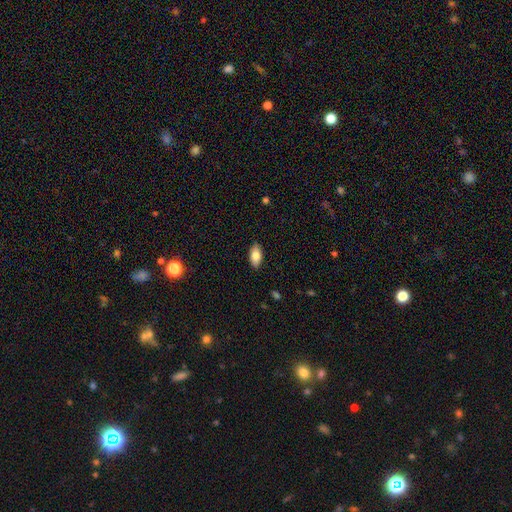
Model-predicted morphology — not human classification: This appears to be a smooth galaxy with no disk features (78%) that is in between round and cigar-shaped (90%). Merging: none (88%).